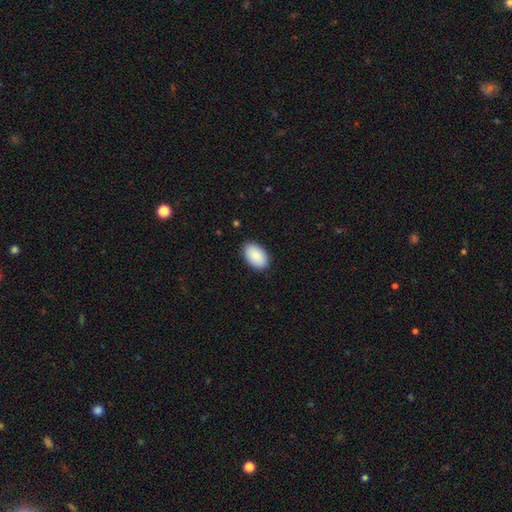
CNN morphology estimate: smooth_or_featured: smooth (p=0.89) [alt: star or artifact p=0.06]
how_rounded: in between (p=0.94) [alt: round p=0.04]
merging: none (p=0.88) [alt: minor disturbance p=0.09]